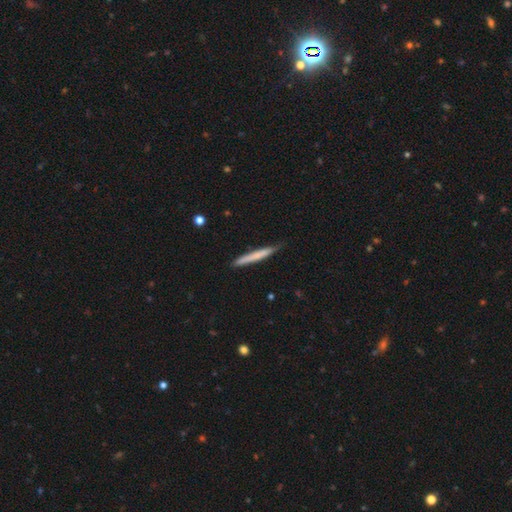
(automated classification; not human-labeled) This is likely a smooth galaxy (67%). How rounded: clearly cigar-shaped (96%). Merging: clearly none (83%).